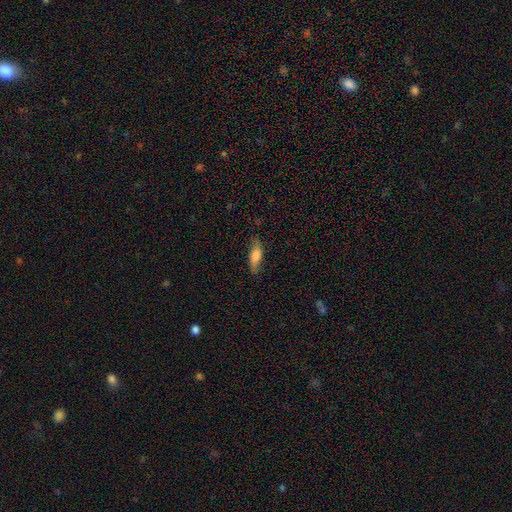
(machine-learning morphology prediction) Smooth or featured? smooth (67%)
How rounded? in between (54%)
Merging? none (76%)